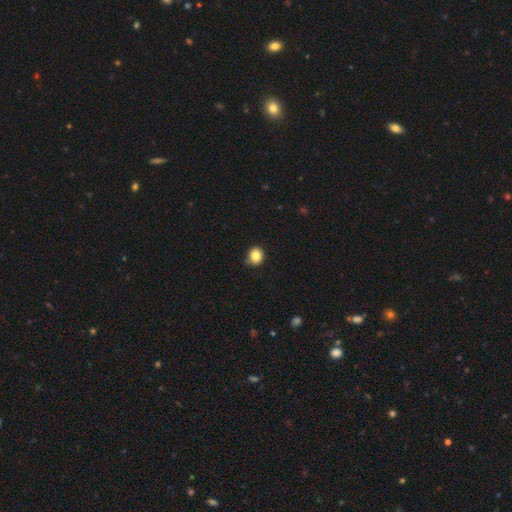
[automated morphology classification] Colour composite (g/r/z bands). It shows a smooth galaxy with no disk features (85%) that is round (78%). Merging: none (82%).